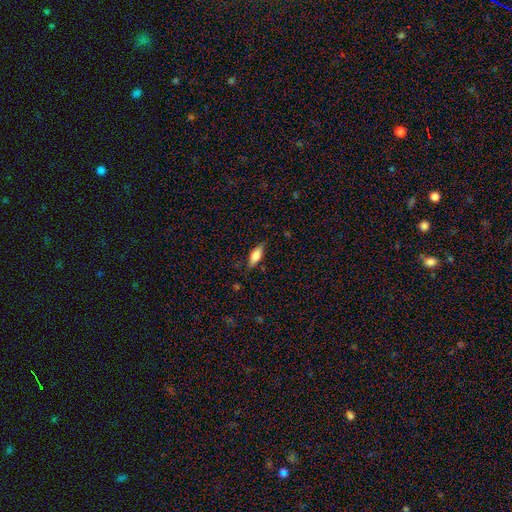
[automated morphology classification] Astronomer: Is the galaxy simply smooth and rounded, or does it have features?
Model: smooth — 69%.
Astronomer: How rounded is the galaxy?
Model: in between — 70%.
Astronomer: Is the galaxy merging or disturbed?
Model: none — 81%.